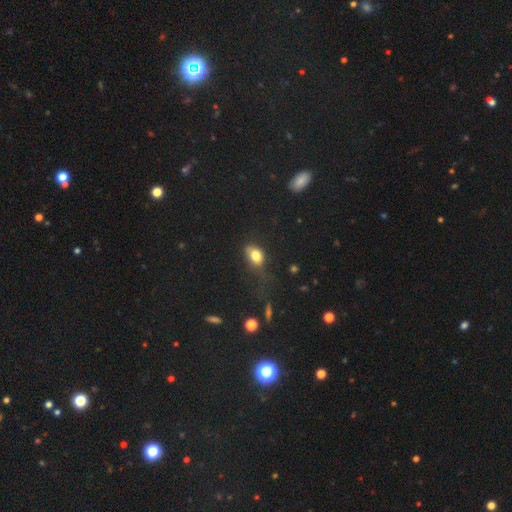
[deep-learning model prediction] This appears to be a smooth galaxy with no disk features (79%) that is in between round and cigar-shaped (75%). Merging: none (45%).